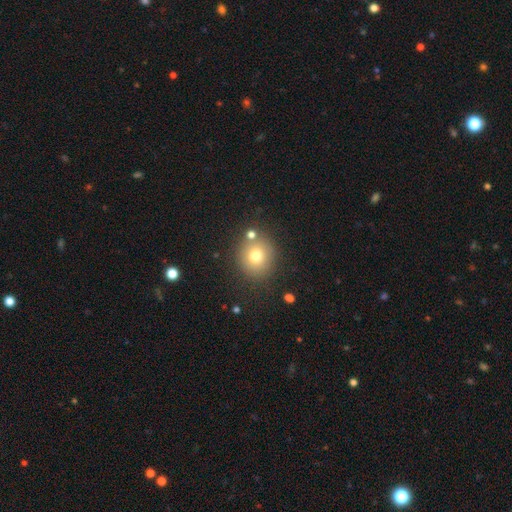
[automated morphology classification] Overall: smooth (75%). How rounded: round (85%). Merging: none (78%).